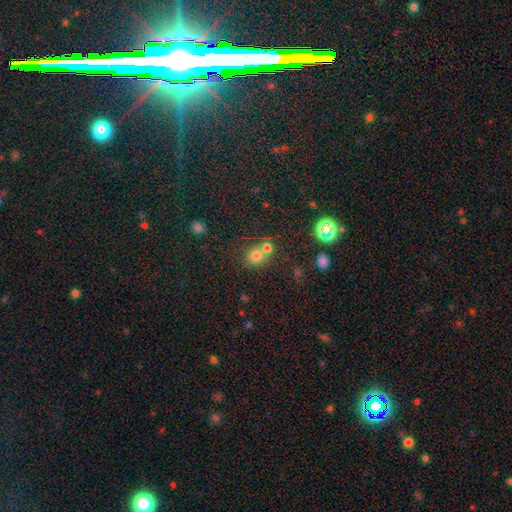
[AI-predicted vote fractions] A smooth galaxy with no disk features (72%) that is round (82%). Merging: merger (45%).